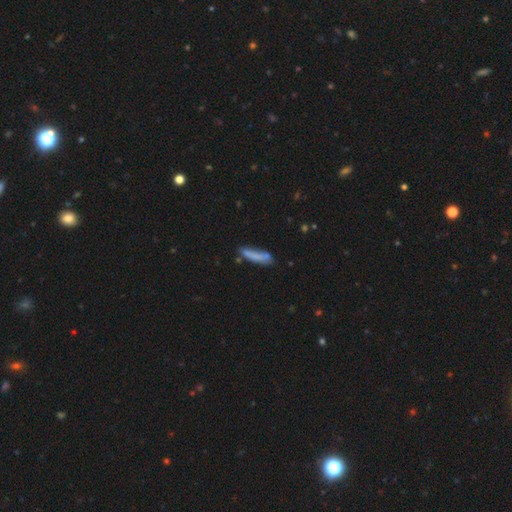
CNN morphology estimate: A smooth galaxy with no disk features (75%) that is cigar-shaped (80%). Merging: none (60%).